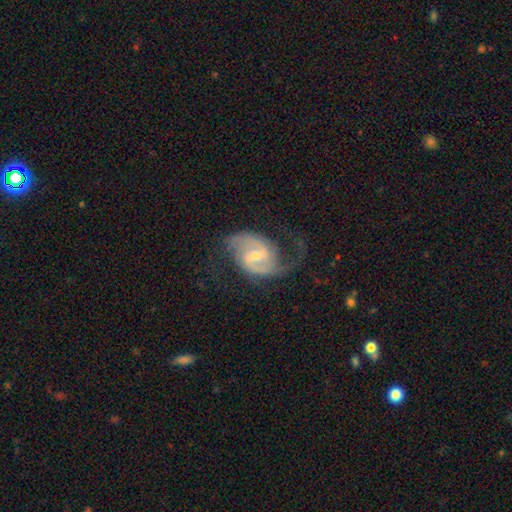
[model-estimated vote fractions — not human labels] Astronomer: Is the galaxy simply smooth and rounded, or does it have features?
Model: featured or disk — 88%.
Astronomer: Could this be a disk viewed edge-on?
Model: no — 98%.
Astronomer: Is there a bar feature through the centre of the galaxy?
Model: weak — 55%.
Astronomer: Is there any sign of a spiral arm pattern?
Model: yes — 97%.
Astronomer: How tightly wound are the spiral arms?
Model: medium — 51% (runner-up: loose, 29%).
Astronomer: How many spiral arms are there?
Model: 2 — 90%.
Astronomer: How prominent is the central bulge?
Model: small — 48% (runner-up: moderate, 47%).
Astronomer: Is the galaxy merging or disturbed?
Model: none — 67%.